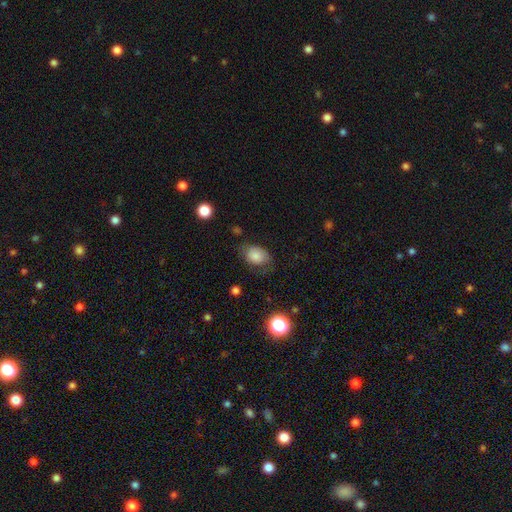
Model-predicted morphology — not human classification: Overall: smooth (78%). How rounded: in between (74%). Merging: none (54%; minor disturbance 29%).